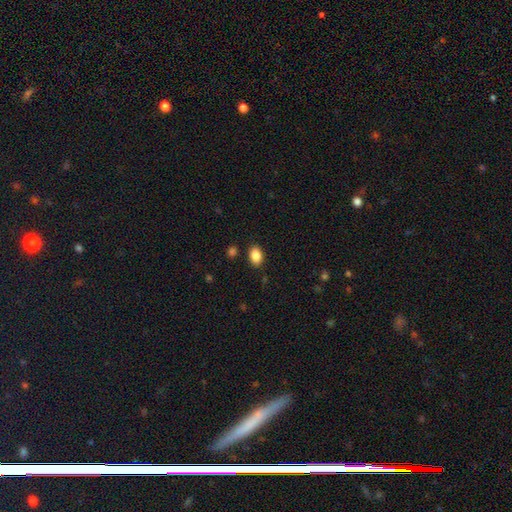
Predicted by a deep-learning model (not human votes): smooth_or_featured: smooth (p=0.87) [alt: star or artifact p=0.09]
how_rounded: in between (p=0.82) [alt: round p=0.17]
merging: none (p=0.86) [alt: minor disturbance p=0.09]